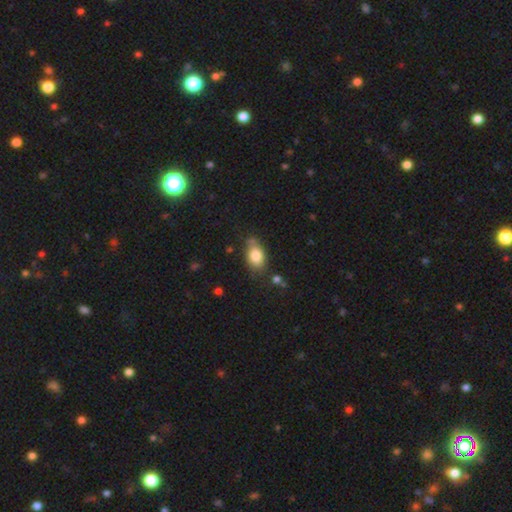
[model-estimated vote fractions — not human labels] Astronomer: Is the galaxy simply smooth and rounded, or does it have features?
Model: smooth — 81%.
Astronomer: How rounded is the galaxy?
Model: in between — 84%.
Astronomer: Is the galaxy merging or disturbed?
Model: none — 66%.